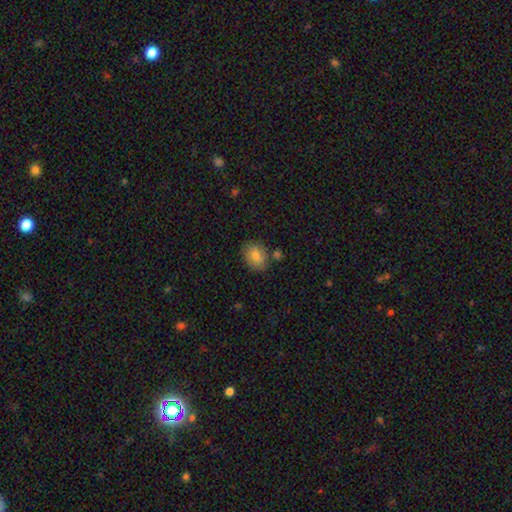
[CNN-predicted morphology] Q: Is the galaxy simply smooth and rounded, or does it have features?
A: smooth — 81%.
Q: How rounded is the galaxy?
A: in between — 62%.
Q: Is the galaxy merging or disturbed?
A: none — 77%.